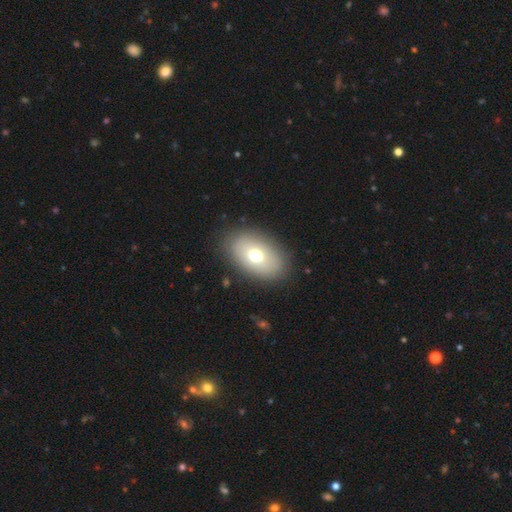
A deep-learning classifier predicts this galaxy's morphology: Smooth or featured?
  - smooth: 68% *
  - featured or disk: 22%
  - star or artifact: 10%
How rounded?
  - in between: 86% *
  - round: 13%
  - cigar-shaped: 1%
Merging?
  - none: 86% *
  - minor disturbance: 9%
  - major disturbance: 4%
  - merger: 1%